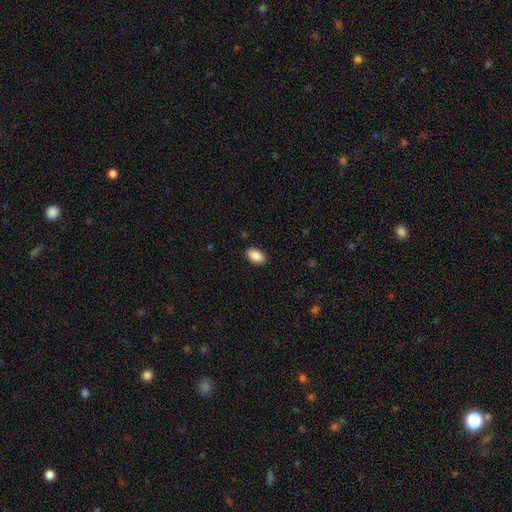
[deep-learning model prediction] This appears to be a smooth galaxy with no disk features (89%) that is in between round and cigar-shaped (93%). Merging: none (89%).